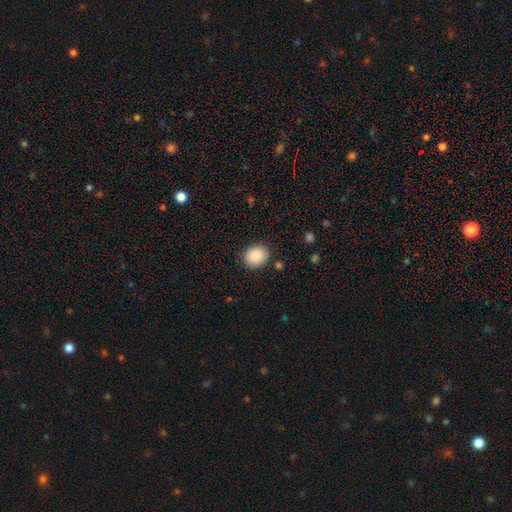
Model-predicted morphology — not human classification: smooth 86%, star or artifact 8%, featured or disk 6%. Down the decision tree: how rounded — round (71%); merging — none (87%).